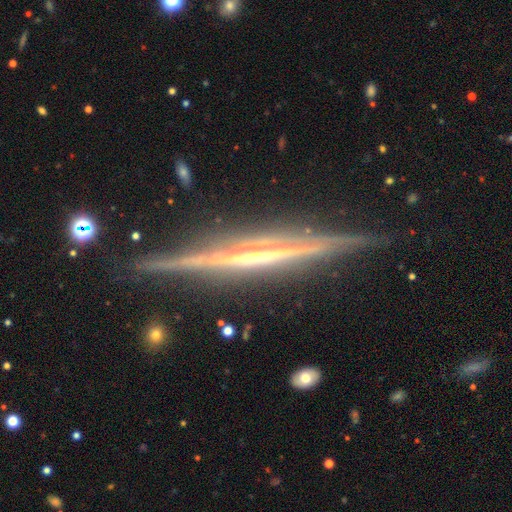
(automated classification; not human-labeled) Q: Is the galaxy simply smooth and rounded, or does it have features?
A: featured or disk — 88%.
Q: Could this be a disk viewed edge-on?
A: yes — 98%.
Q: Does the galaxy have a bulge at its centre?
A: none — 48%.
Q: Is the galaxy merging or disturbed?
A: none — 85%.